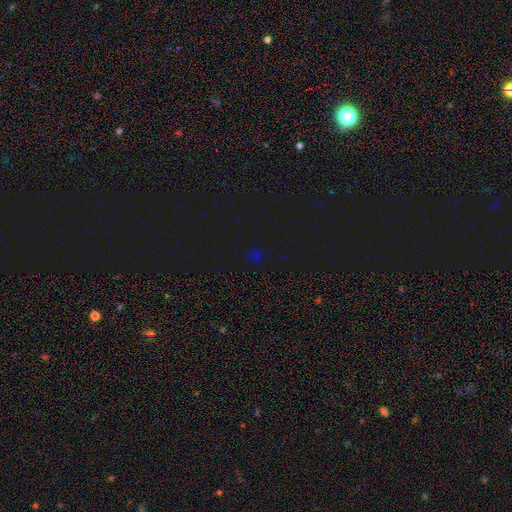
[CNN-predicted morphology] type=star or artifact (59%).